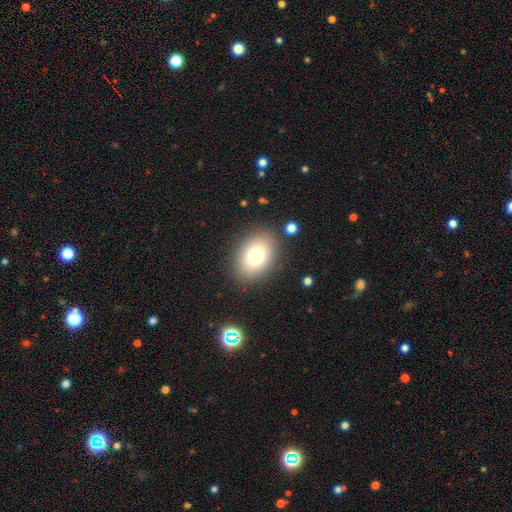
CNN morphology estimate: smooth_or_featured: smooth (p=0.76) [alt: featured or disk p=0.13]
how_rounded: in between (p=0.67) [alt: round p=0.32]
merging: none (p=0.86) [alt: minor disturbance p=0.09]